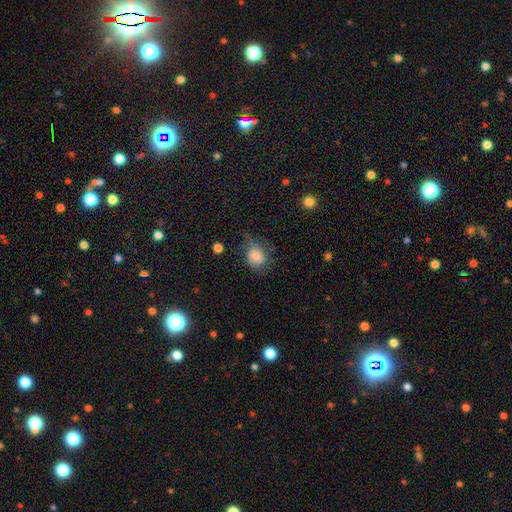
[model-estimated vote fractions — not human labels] This is likely a smooth galaxy (67%). How rounded: possibly in between (50%). Merging: possibly none (49%).